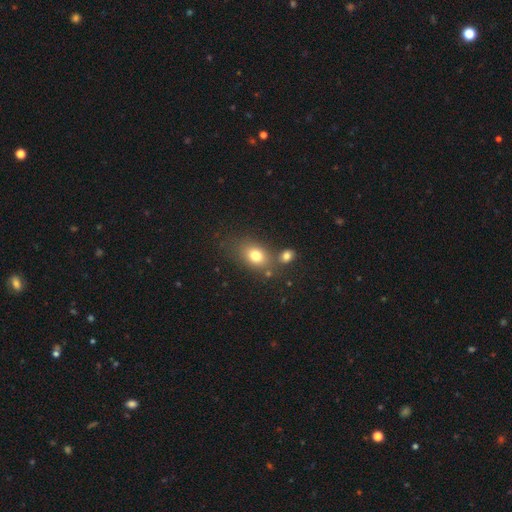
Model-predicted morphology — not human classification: A smooth galaxy with no disk features (77%) that is in between round and cigar-shaped (70%).

Vote fractions:
- Smooth or featured? smooth: 77% / star or artifact: 12% / featured or disk: 11%
- How rounded? in between: 70% / round: 29% / cigar-shaped: 2%
- Merging? none: 60% / merger: 19% / minor disturbance: 15% / major disturbance: 6%